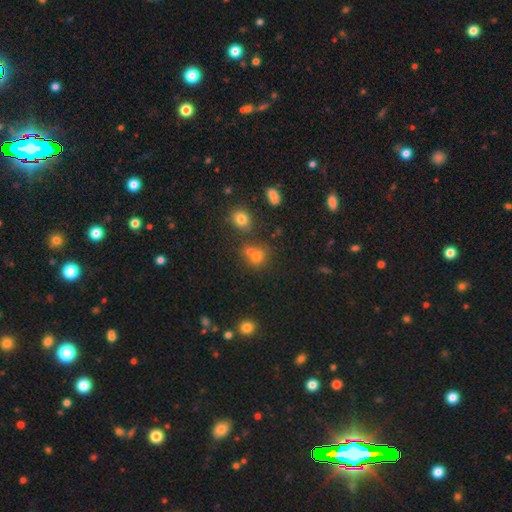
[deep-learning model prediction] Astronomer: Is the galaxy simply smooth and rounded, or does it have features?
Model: smooth — 67%.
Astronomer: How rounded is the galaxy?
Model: round — 74%.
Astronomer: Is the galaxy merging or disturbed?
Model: none — 47% (runner-up: merger, 39%).